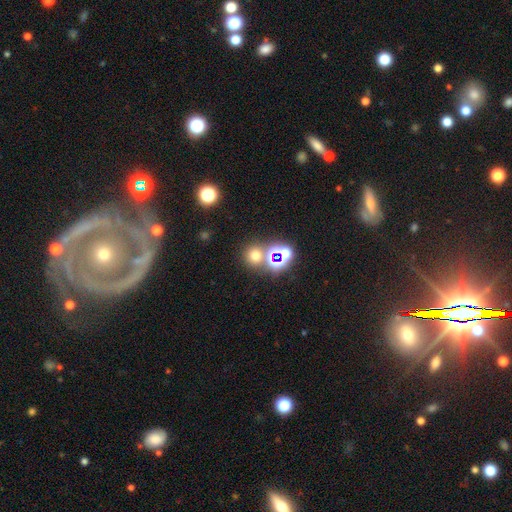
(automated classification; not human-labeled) Smooth or featured?
  - smooth: 60% *
  - star or artifact: 32%
  - featured or disk: 8%
How rounded?
  - round: 89% *
  - in between: 10%
  - cigar-shaped: 1%
Merging?
  - none: 71% *
  - merger: 18%
  - minor disturbance: 7%
  - major disturbance: 4%